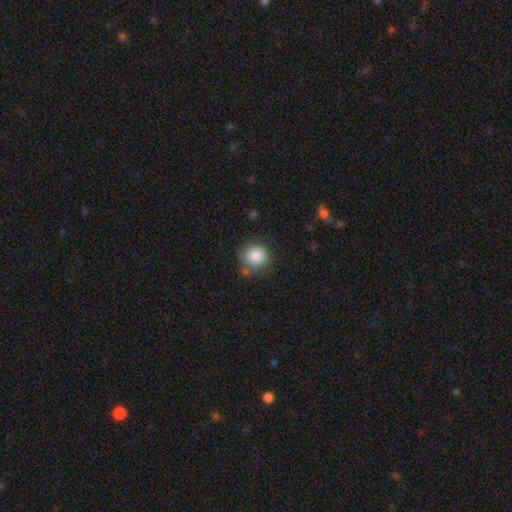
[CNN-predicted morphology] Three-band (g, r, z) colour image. It shows a smooth galaxy with no disk features (86%) that is round (88%). Merging: none (72%).